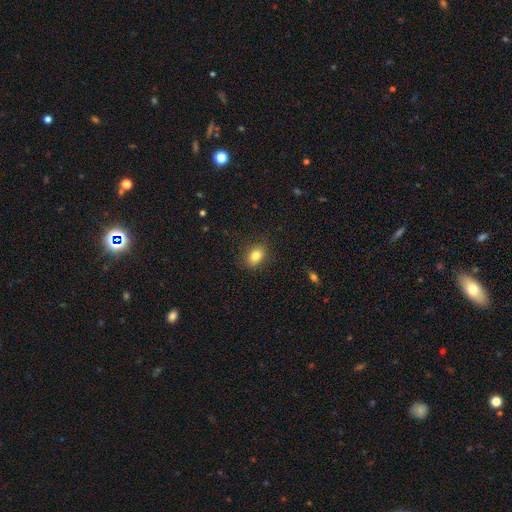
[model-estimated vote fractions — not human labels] smooth 83%, star or artifact 10%, featured or disk 8%. Down the decision tree: how rounded — in between (74%); merging — none (85%).